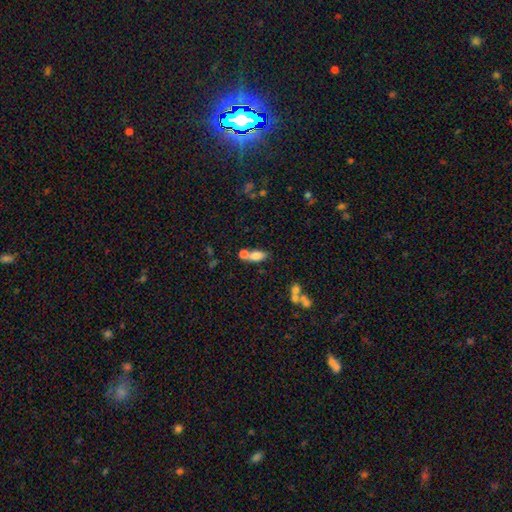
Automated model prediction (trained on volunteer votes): smooth 77%, featured or disk 14%, star or artifact 9%. Down the decision tree: how rounded — in between (82%); merging — merger (42%).